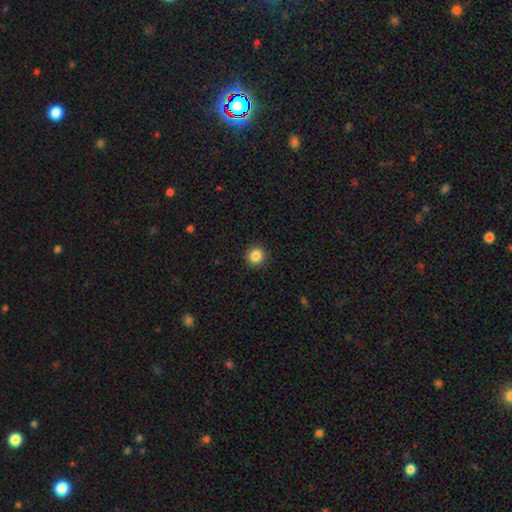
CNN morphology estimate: A smooth galaxy with no disk features (86%) that is round (94%). Merging: none (92%).